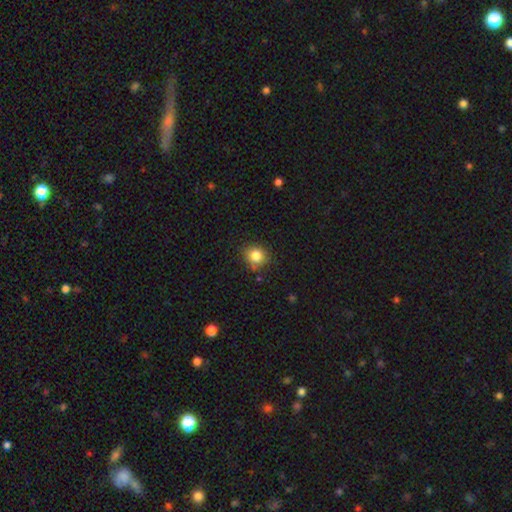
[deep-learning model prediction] smooth-or-featured: smooth: 83% | star or artifact: 11% | featured or disk: 6%
  how-rounded: round: 76% | in between: 24% | cigar-shaped: 1%
  merging: none: 80% | minor disturbance: 14% | major disturbance: 3% | merger: 3%